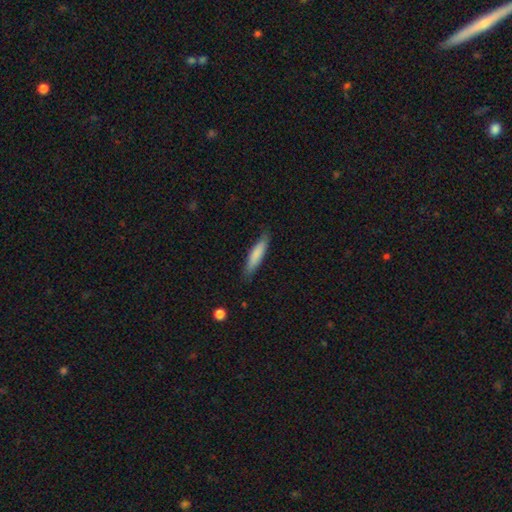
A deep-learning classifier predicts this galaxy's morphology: smooth_or_featured: smooth (p=0.81) [alt: featured or disk p=0.14]
how_rounded: cigar-shaped (p=0.82) [alt: in between p=0.17]
merging: none (p=0.83) [alt: minor disturbance p=0.13]